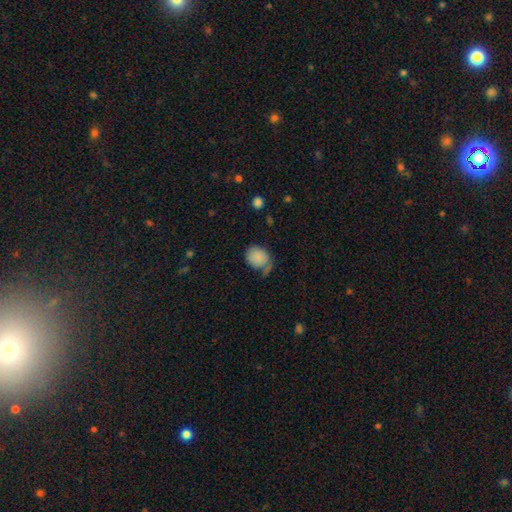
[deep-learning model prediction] Smooth or featured?
  - smooth: 83% *
  - featured or disk: 9%
  - star or artifact: 7%
How rounded?
  - round: 58% *
  - in between: 41%
  - cigar-shaped: 1%
Merging?
  - none: 47% *
  - minor disturbance: 27%
  - major disturbance: 17%
  - merger: 8%